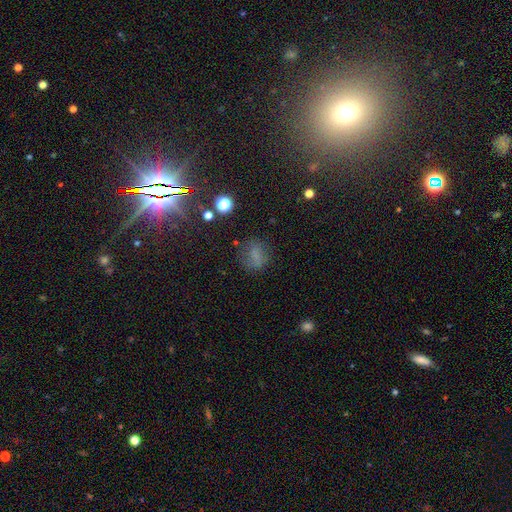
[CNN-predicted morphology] smooth 61%, star or artifact 23%, featured or disk 16%. Down the decision tree: how rounded — round (52%); merging — none (68%).